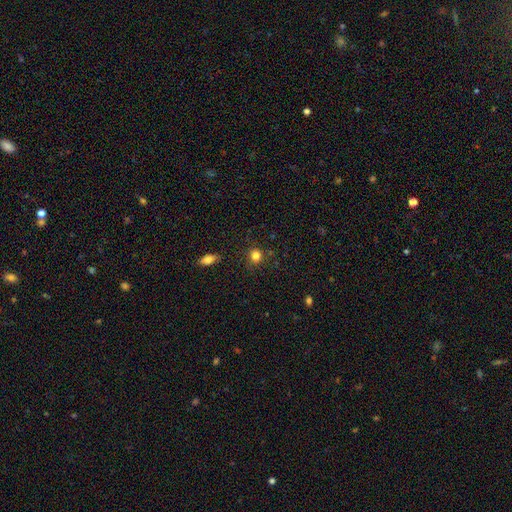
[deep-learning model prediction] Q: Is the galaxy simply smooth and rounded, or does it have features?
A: smooth — 82%.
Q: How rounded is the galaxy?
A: round — 86%.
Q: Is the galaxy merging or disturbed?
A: none — 83%.